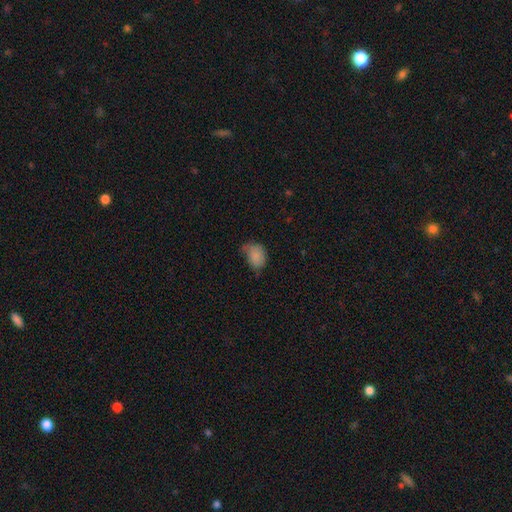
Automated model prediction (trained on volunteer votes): A smooth galaxy with no disk features (82%) that is in between round and cigar-shaped (73%).

Vote fractions:
- Smooth or featured? smooth: 82% / star or artifact: 10% / featured or disk: 8%
- How rounded? in between: 73% / round: 26% / cigar-shaped: 1%
- Merging? minor disturbance: 42% / none: 37% / major disturbance: 18% / merger: 3%